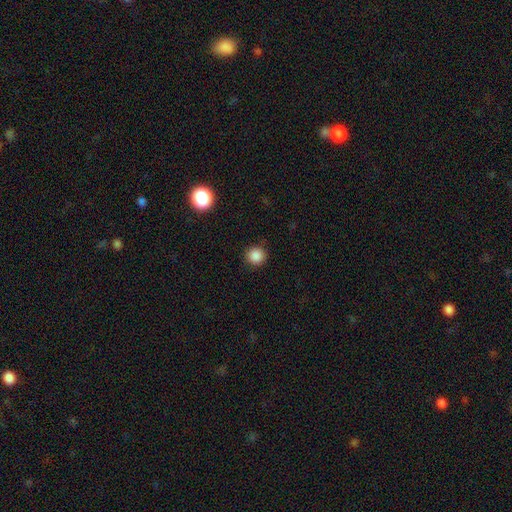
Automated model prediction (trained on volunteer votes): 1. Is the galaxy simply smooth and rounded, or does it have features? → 86% smooth, 11% star or artifact, 3% featured or disk.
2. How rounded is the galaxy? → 94% round, 5% in between, 1% cigar-shaped.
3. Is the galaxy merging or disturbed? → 89% none, 7% minor disturbance, 2% major disturbance, 1% merger.